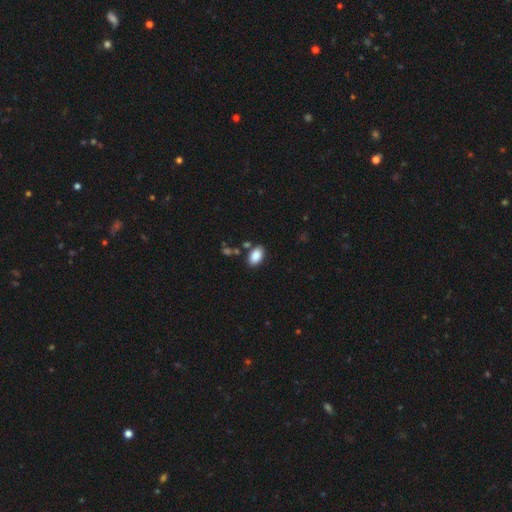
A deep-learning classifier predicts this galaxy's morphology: The model was most divided on "merging": none: 80%, minor disturbance: 11%, merger: 6%, major disturbance: 3%. More confident: how rounded — in between (91%); smooth or featured — smooth (88%).